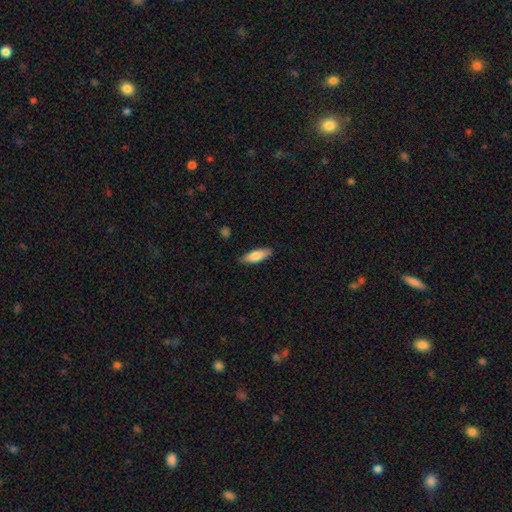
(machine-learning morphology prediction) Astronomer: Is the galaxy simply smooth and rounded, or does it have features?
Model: smooth — 74%.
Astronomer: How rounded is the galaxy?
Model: cigar-shaped — 49%, tied with in between at 49%.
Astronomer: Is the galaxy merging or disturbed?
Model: none — 86%.